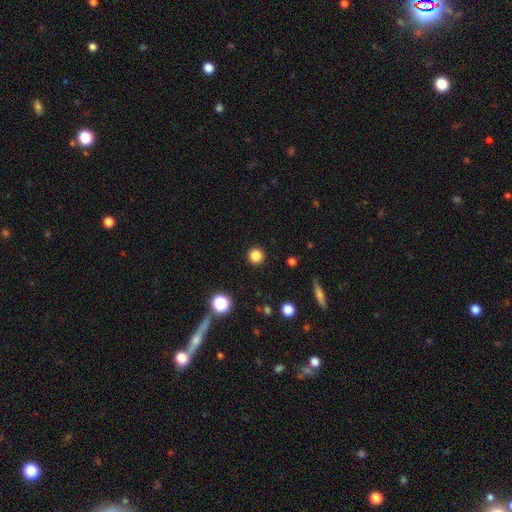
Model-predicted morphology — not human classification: Smooth or featured? smooth (84%)
How rounded? round (95%)
Merging? none (92%)